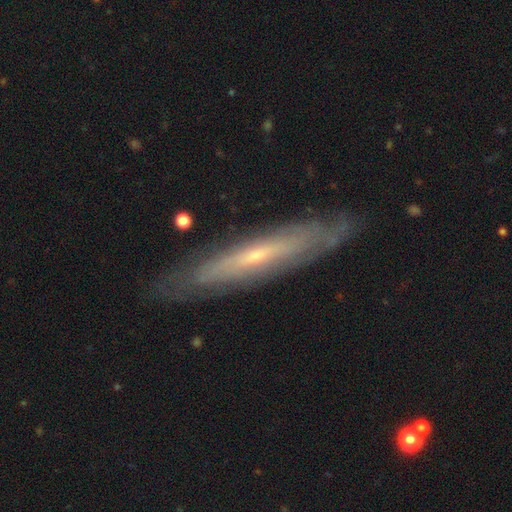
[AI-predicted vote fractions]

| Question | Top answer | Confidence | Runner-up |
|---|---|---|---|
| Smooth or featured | featured or disk | 74% | smooth (19%) |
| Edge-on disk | yes | 63% | no (37%) |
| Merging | none | 83% | minor disturbance (13%) |